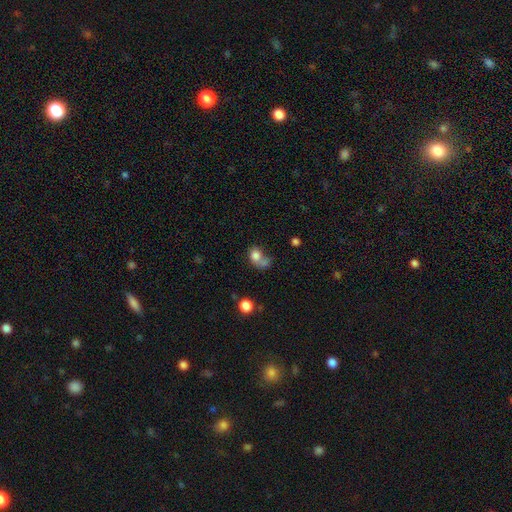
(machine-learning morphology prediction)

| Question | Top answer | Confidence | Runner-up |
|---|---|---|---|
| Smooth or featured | smooth | 76% | featured or disk (13%) |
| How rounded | round | 53% | in between (45%) |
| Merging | merger | 38% | none (29%) |